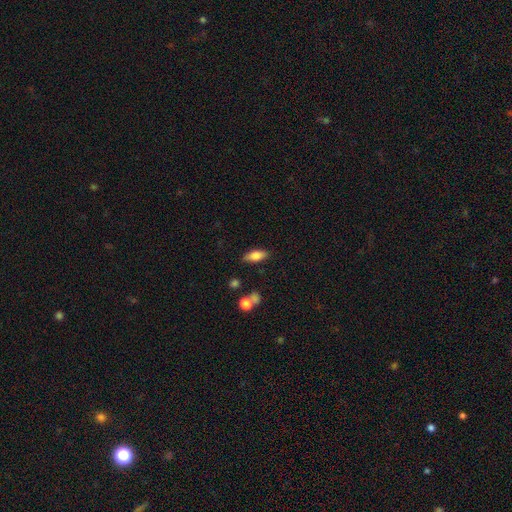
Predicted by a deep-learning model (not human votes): Smooth or featured: smooth — 74% (featured or disk — 19%)
How rounded: in between — 78% (cigar-shaped — 19%)
Merging: none — 82% (minor disturbance — 12%)